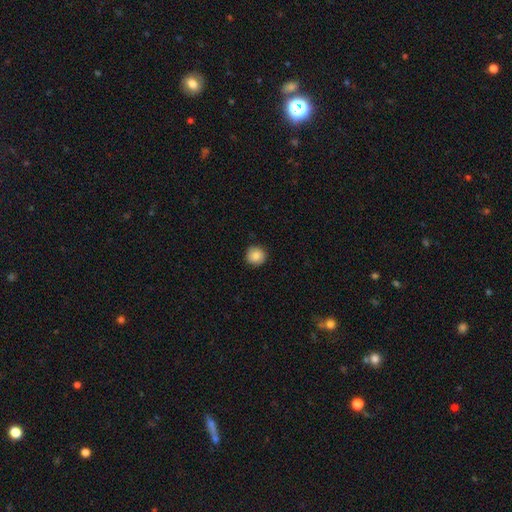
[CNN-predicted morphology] A smooth galaxy with no disk features (84%) that is round (93%). Merging: none (89%).